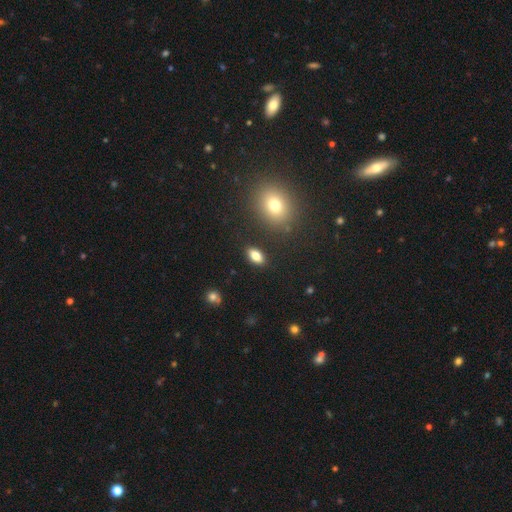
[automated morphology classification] This is clearly a smooth galaxy (81%). How rounded: clearly in between (89%). Merging: clearly none (87%).